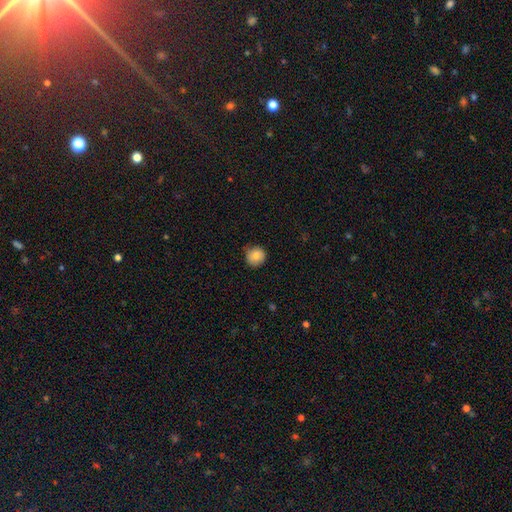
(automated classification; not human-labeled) smooth-or-featured: smooth: 83% | featured or disk: 9% | star or artifact: 8%
  how-rounded: round: 90% | in between: 9% | cigar-shaped: 1%
  merging: none: 78% | minor disturbance: 18% | major disturbance: 3% | merger: 1%